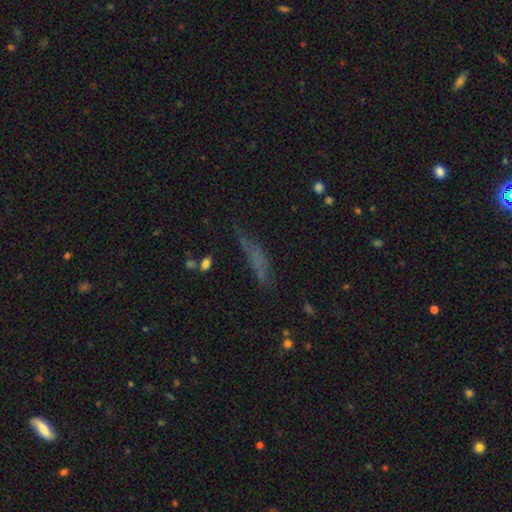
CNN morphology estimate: Q: Smooth or featured?
A: smooth (55%); runner-up: featured or disk (25%)
Q: How rounded?
A: cigar-shaped (69%); runner-up: in between (27%)
Q: Merging?
A: none (51%); runner-up: minor disturbance (25%)